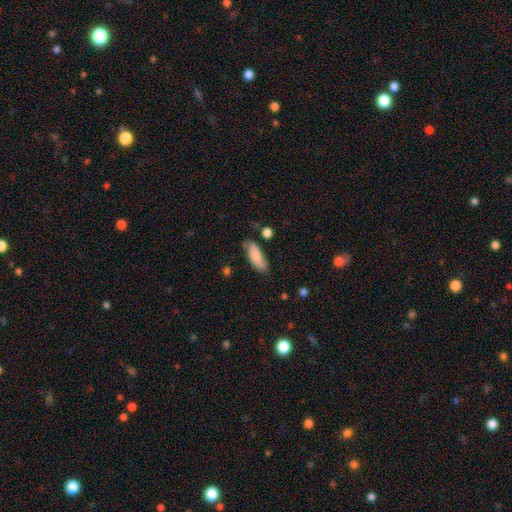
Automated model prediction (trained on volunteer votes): smooth_or_featured: smooth (p=0.84) [alt: featured or disk p=0.09]
how_rounded: in between (p=0.73) [alt: cigar-shaped p=0.25]
merging: none (p=0.71) [alt: minor disturbance p=0.21]